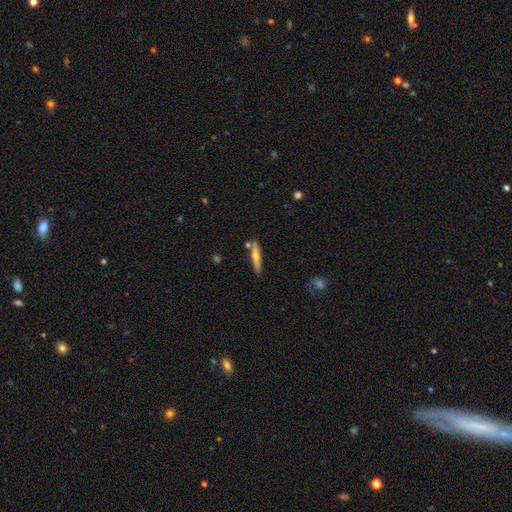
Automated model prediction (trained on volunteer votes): Morphology: type=featured or disk (48%); merging=none (80%).